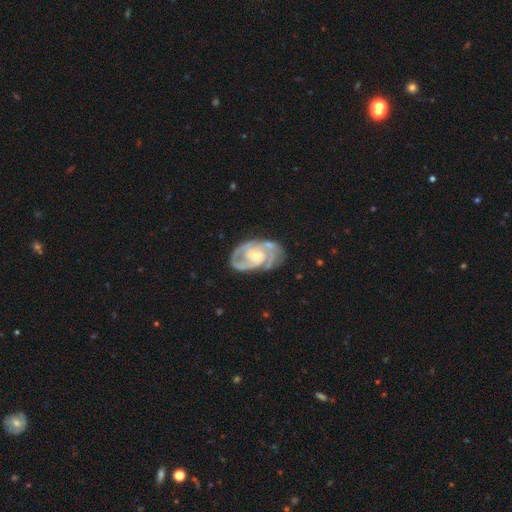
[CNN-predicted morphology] Smooth or featured: featured or disk — 88% (smooth — 8%)
Edge-on disk: no — 97% (yes — 3%)
Bar: no — 65% (weak — 28%)
Spiral arms: yes — 96% (no — 4%)
Spiral winding: tight — 55% (medium — 37%)
Spiral arm count: 2 — 47% (3 — 24%)
Bulge size: small — 60% (moderate — 35%)
Merging: none — 66% (minor disturbance — 21%)